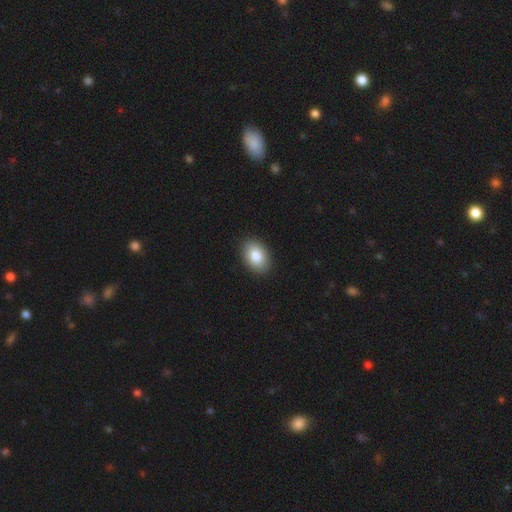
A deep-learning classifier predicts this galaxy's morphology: Smooth or featured: smooth — 85% (featured or disk — 8%)
How rounded: in between — 85% (round — 14%)
Merging: none — 90% (minor disturbance — 7%)